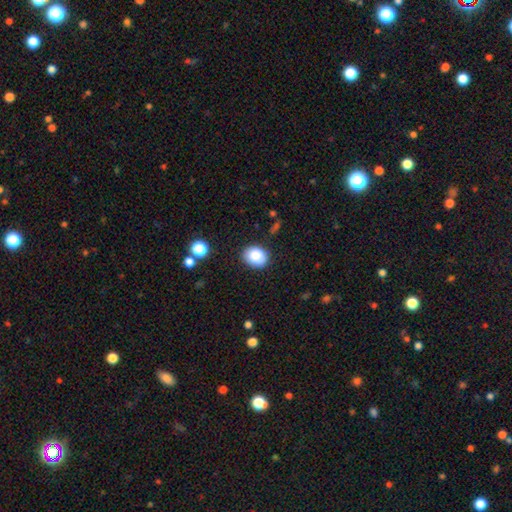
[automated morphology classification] smooth-or-featured: smooth: 86% | star or artifact: 9% | featured or disk: 5%
  how-rounded: round: 55% | in between: 45% | cigar-shaped: 1%
  merging: none: 83% | minor disturbance: 12% | major disturbance: 3% | merger: 2%